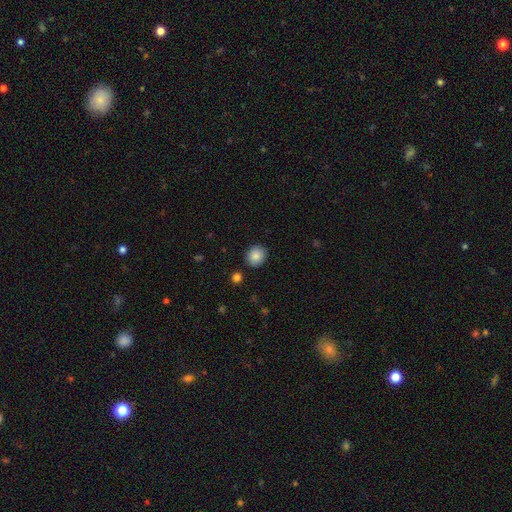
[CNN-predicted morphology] This is clearly a smooth galaxy (87%). How rounded: likely round (73%). Merging: clearly none (88%).